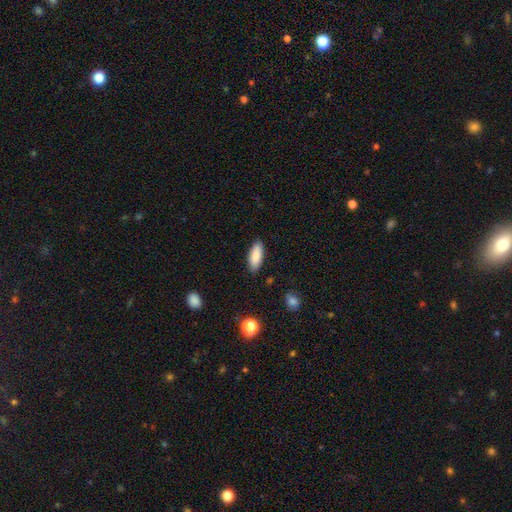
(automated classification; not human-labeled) A smooth galaxy with no disk features (87%) that is in between round and cigar-shaped (73%).

Vote fractions:
- Smooth or featured? smooth: 87% / featured or disk: 7% / star or artifact: 6%
- How rounded? in between: 73% / cigar-shaped: 25% / round: 2%
- Merging? none: 87% / minor disturbance: 9% / major disturbance: 2% / merger: 1%